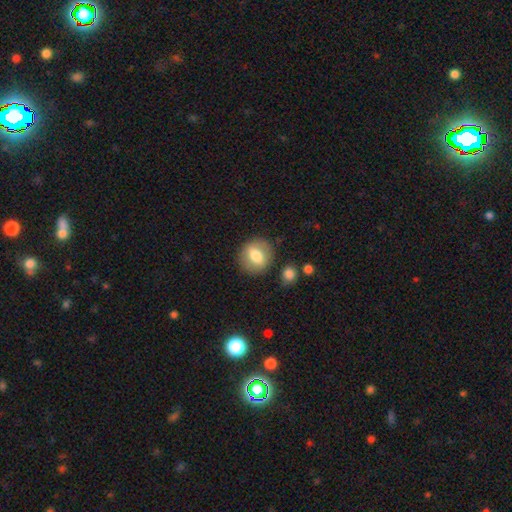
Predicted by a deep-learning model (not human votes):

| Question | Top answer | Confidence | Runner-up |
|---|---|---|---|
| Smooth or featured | smooth | 69% | featured or disk (23%) |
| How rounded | round | 78% | in between (21%) |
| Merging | none | 84% | minor disturbance (9%) |